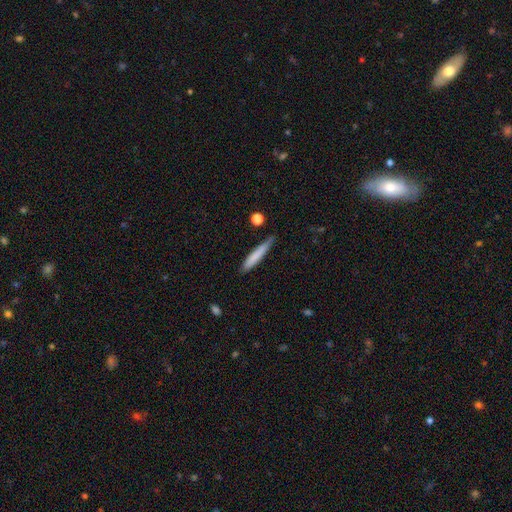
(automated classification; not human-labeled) Smooth or featured? Predicted: smooth (p=0.76). How rounded? Predicted: cigar-shaped (p=0.94). Merging? Predicted: none (p=0.76).